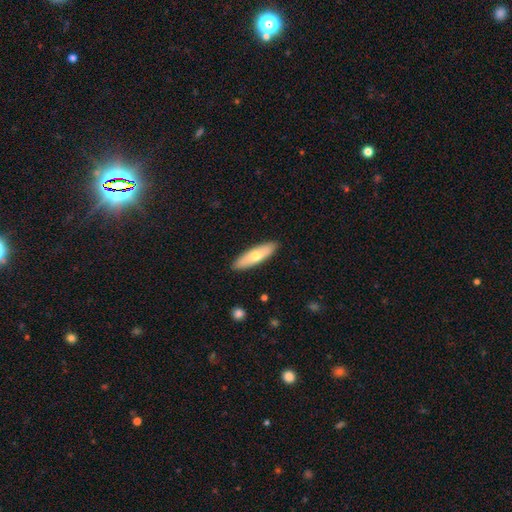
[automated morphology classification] Overall: smooth (62%; featured or disk 33%). How rounded: cigar-shaped (56%; in between 42%). Merging: none (90%).